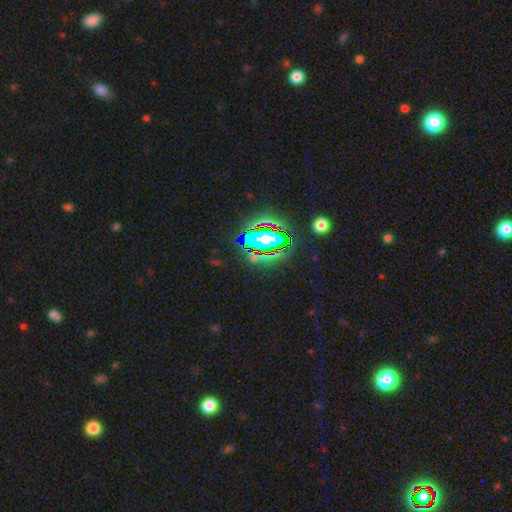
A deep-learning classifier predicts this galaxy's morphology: Smooth or featured: star or artifact — 65% (smooth — 20%)